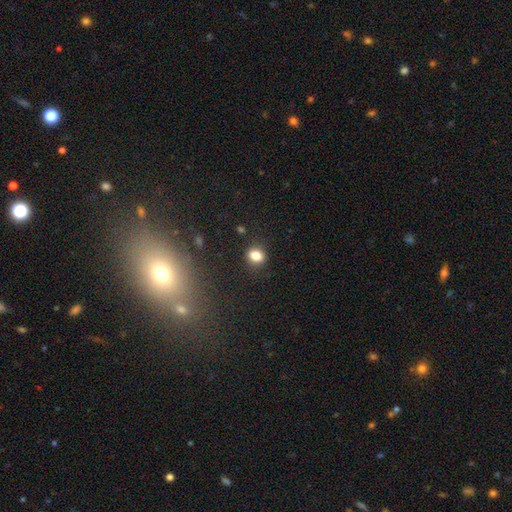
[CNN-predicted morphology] Smooth or featured?
  - smooth: 82% *
  - star or artifact: 11%
  - featured or disk: 6%
How rounded?
  - round: 54% *
  - in between: 45%
  - cigar-shaped: 1%
Merging?
  - none: 84% *
  - minor disturbance: 11%
  - major disturbance: 3%
  - merger: 2%